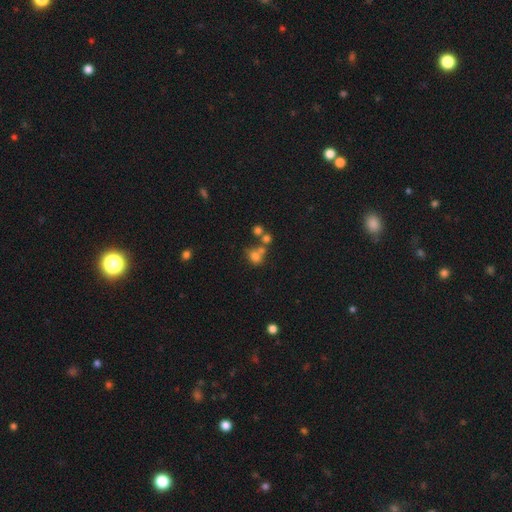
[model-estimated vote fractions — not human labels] Morphology: type=smooth (69%); roundness=round (71%); merging=none (45%).